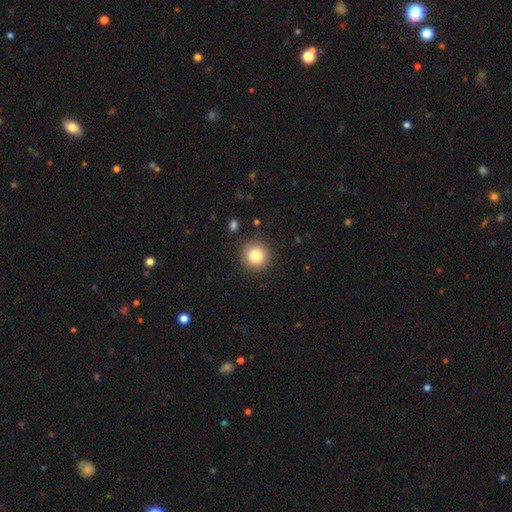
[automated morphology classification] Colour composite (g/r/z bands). It shows a smooth galaxy with no disk features (81%) that is round (94%). Merging: none (90%).